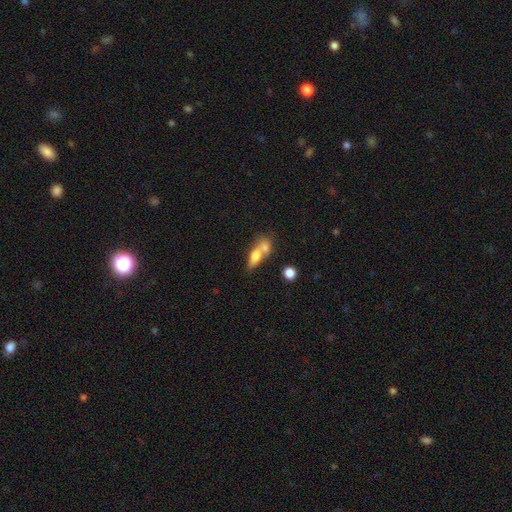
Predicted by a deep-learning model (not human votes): Smooth or featured?
  - smooth: 69% *
  - featured or disk: 22%
  - star or artifact: 8%
How rounded?
  - in between: 67% *
  - cigar-shaped: 17%
  - round: 16%
Merging?
  - merger: 62% *
  - none: 24%
  - minor disturbance: 9%
  - major disturbance: 5%